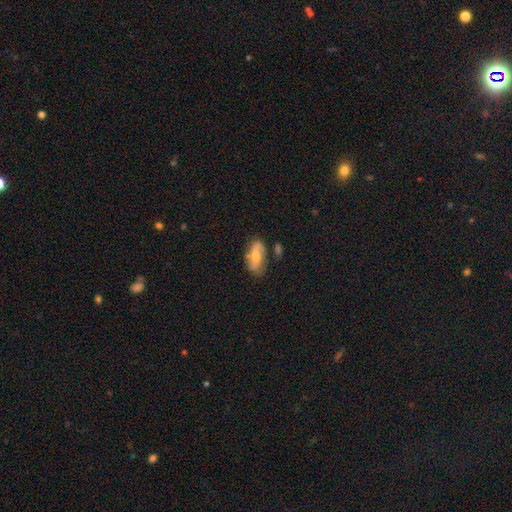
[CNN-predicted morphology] featured or disk 53%, smooth 40%, star or artifact 7%. Down the decision tree: edge-on disk — no (91%); merging — none (63%).